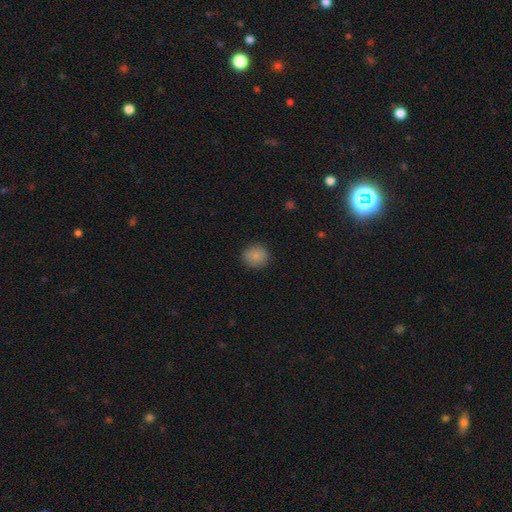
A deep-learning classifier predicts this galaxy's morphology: type=smooth (84%); roundness=round (88%); merging=none (90%).